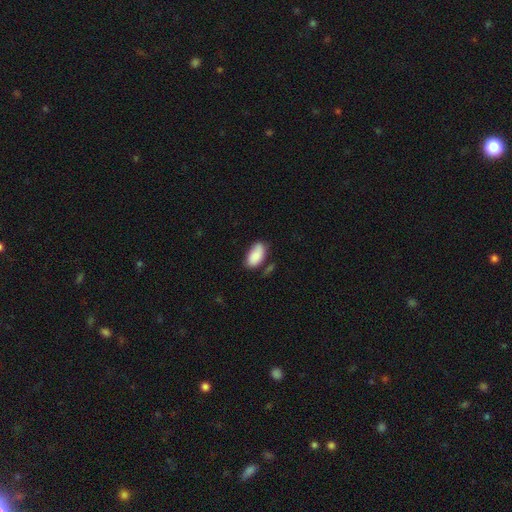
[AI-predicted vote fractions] Smooth or featured?
  - smooth: 87% *
  - featured or disk: 7%
  - star or artifact: 7%
How rounded?
  - in between: 94% *
  - round: 3%
  - cigar-shaped: 3%
Merging?
  - none: 63% *
  - minor disturbance: 24%
  - merger: 7%
  - major disturbance: 6%